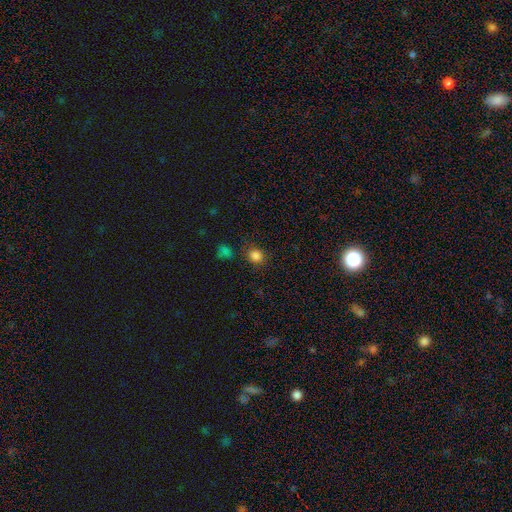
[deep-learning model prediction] Overall: smooth (83%). How rounded: round (81%). Merging: none (81%).